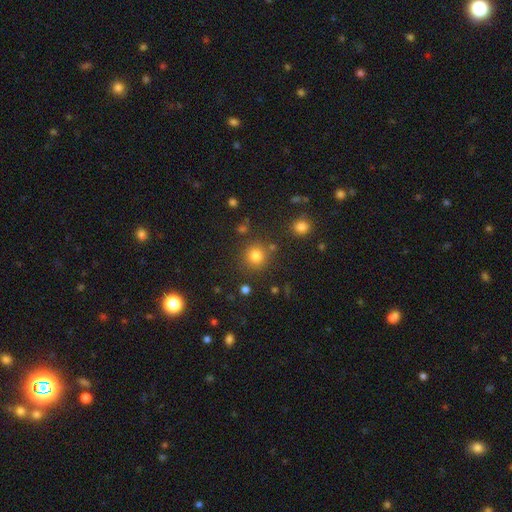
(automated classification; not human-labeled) A smooth galaxy with no disk features (80%) that is round (92%).

Vote fractions:
- Smooth or featured? smooth: 80% / star or artifact: 14% / featured or disk: 5%
- How rounded? round: 92% / in between: 7% / cigar-shaped: 1%
- Merging? none: 83% / minor disturbance: 8% / merger: 5% / major disturbance: 3%